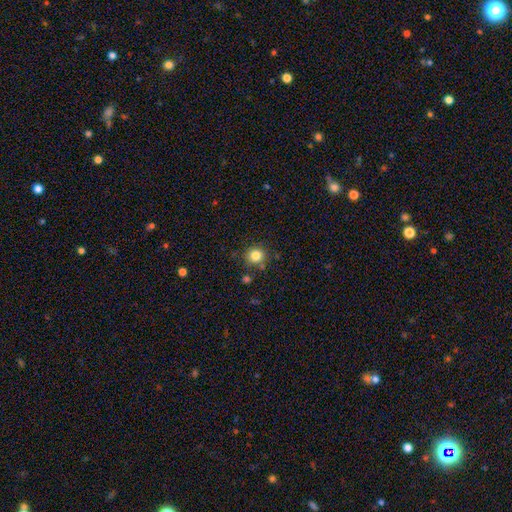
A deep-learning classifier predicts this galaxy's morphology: smooth_or_featured: smooth (p=0.82) [alt: star or artifact p=0.12]
how_rounded: round (p=0.91) [alt: in between p=0.08]
merging: none (p=0.81) [alt: minor disturbance p=0.10]